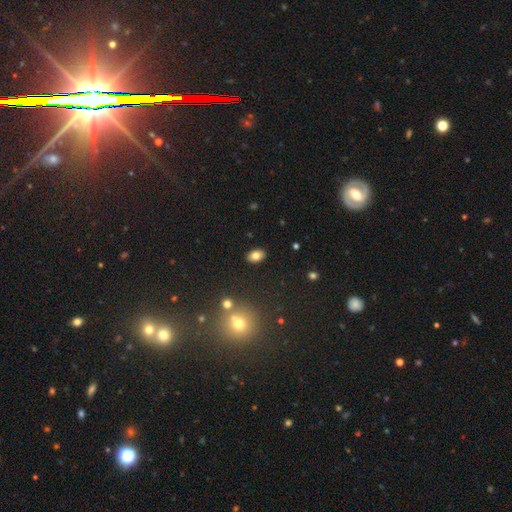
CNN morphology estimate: Smooth or featured? smooth (79%)
How rounded? in between (84%)
Merging? none (88%)